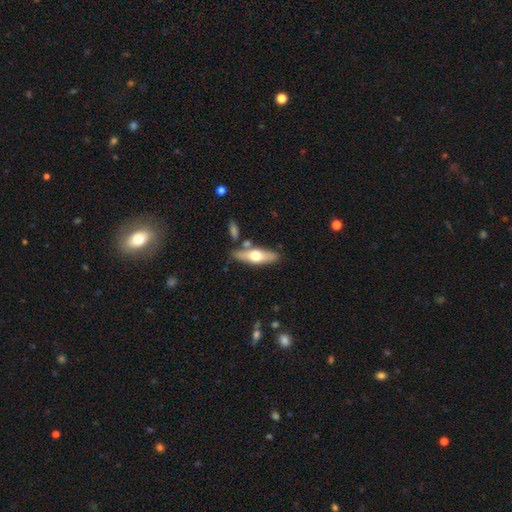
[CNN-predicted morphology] Overall: smooth (49%; featured or disk 46%). Merging: none (78%).